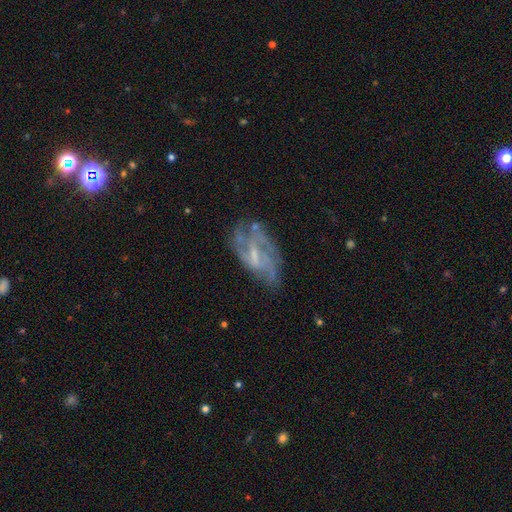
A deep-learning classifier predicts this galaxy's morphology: Overall: featured or disk (80%). Edge-on disk: no (95%). Bar: weak (54%; no 25%). Spiral arms: yes (83%). Spiral arm count: can't tell (32%; 2 31%). Spiral winding: medium (45%; tight 30%). Bulge size: small (48%; moderate 26%). Merging: none (57%; minor disturbance 23%).